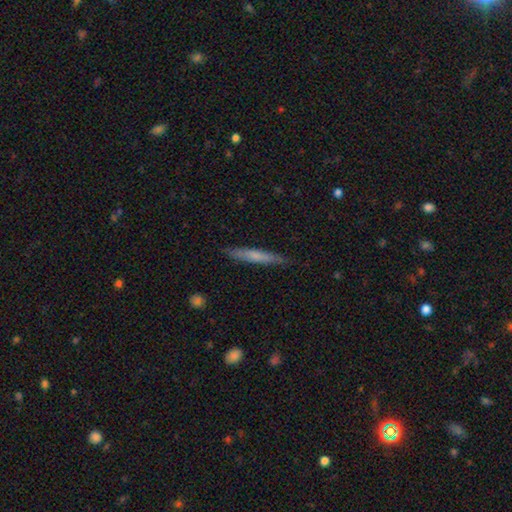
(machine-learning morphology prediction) smooth-or-featured: smooth: 59% | featured or disk: 35% | star or artifact: 6%
  how-rounded: cigar-shaped: 94% | in between: 4% | round: 1%
  merging: none: 87% | minor disturbance: 10% | major disturbance: 2% | merger: 1%